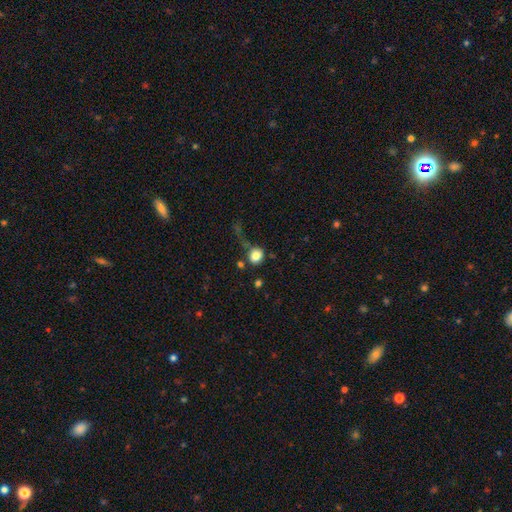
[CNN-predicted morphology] smooth-or-featured: smooth: 83% | star or artifact: 10% | featured or disk: 8%
  how-rounded: round: 80% | in between: 19% | cigar-shaped: 1%
  merging: none: 54% | minor disturbance: 18% | major disturbance: 17% | merger: 11%